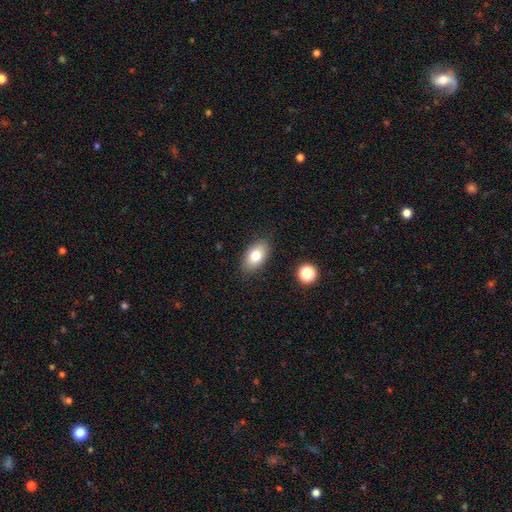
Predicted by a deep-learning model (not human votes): Smooth or featured? smooth (78%)
How rounded? in between (91%)
Merging? none (87%)